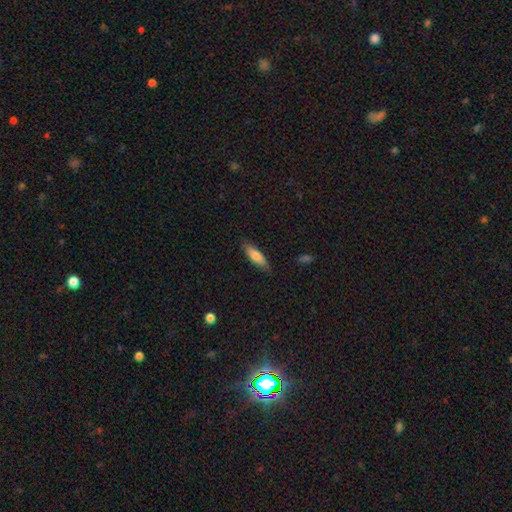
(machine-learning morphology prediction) smooth 77%, featured or disk 17%, star or artifact 6%. Down the decision tree: how rounded — cigar-shaped (53%); merging — none (82%).